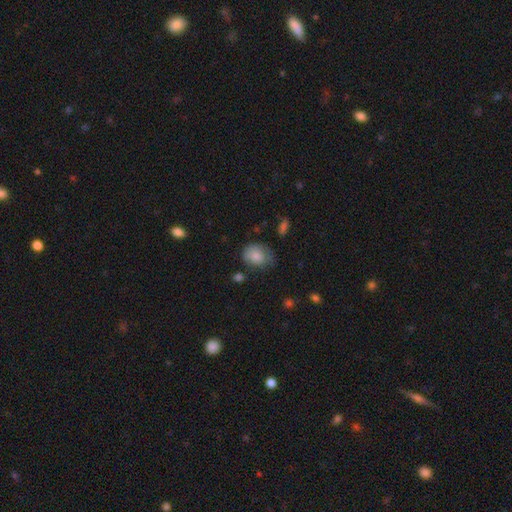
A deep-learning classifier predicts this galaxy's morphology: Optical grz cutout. It shows a smooth galaxy with no disk features (80%) that is in between round and cigar-shaped (55%). Merging: none (49%).